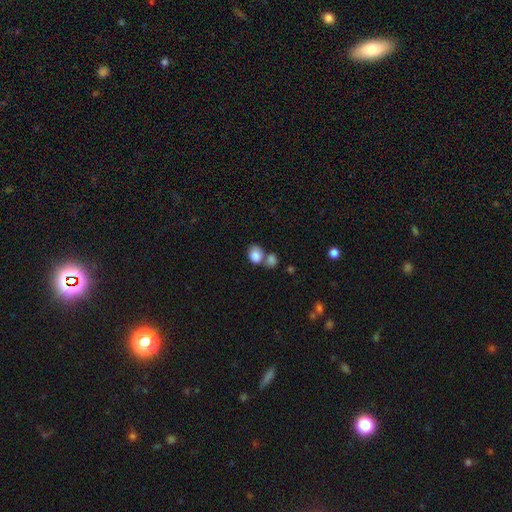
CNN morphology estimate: A smooth galaxy with no disk features (84%) that is in between round and cigar-shaped (58%). Merging: merger (48%).